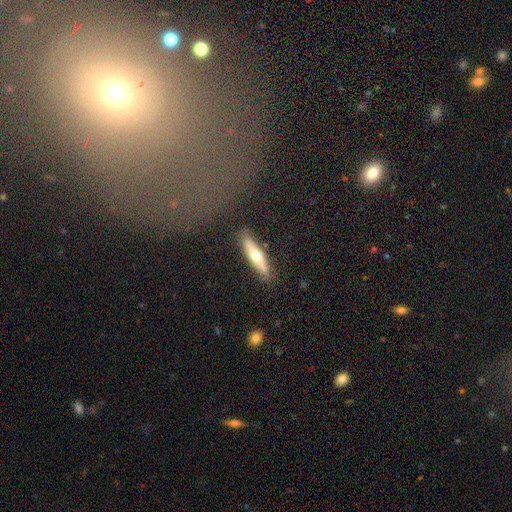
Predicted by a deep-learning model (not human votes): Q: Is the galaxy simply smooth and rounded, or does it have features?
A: smooth — 52%.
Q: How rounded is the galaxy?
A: cigar-shaped — 80%.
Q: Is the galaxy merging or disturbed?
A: none — 86%.